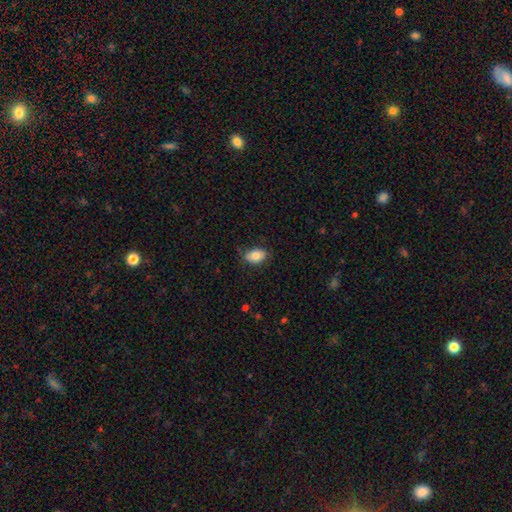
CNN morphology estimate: The model was most divided on "merging": none: 74%, minor disturbance: 20%, major disturbance: 4%, merger: 1%. More confident: how rounded — in between (87%); smooth or featured — smooth (80%).